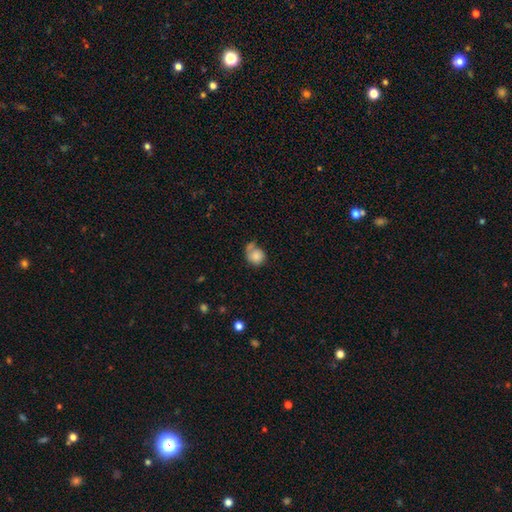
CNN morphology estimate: smooth_or_featured: smooth (p=0.80) [alt: featured or disk p=0.12]
how_rounded: round (p=0.79) [alt: in between p=0.20]
merging: none (p=0.40) [alt: merger p=0.26]